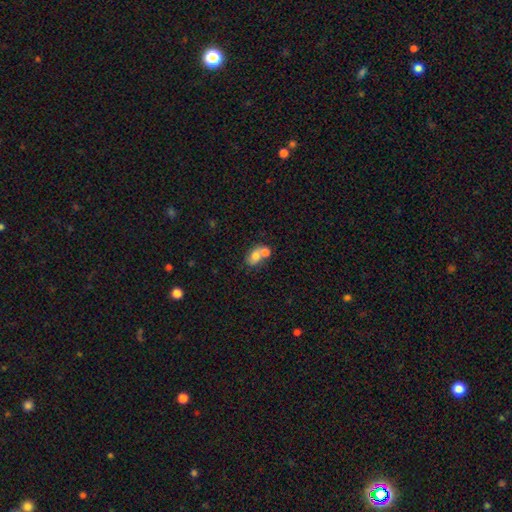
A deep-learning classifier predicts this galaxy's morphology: type=smooth (70%); roundness=in between (69%); merging=merger (60%).